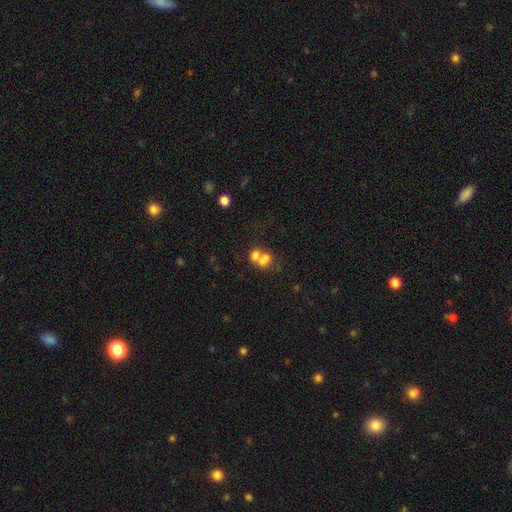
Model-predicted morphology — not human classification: Smooth or featured?
  - smooth: 67% *
  - featured or disk: 19%
  - star or artifact: 13%
How rounded?
  - in between: 55% *
  - round: 43%
  - cigar-shaped: 2%
Merging?
  - merger: 63% *
  - none: 24%
  - minor disturbance: 7%
  - major disturbance: 6%